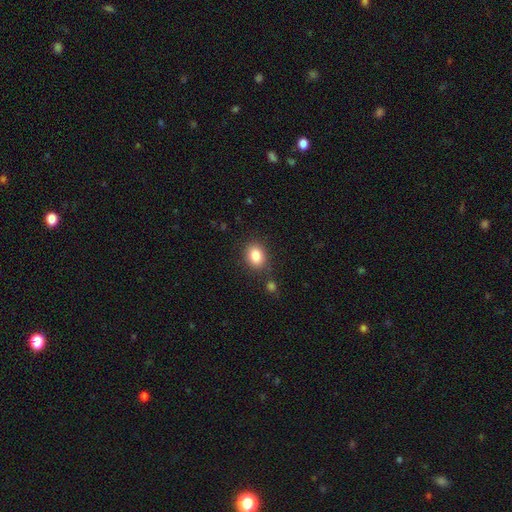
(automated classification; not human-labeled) A smooth galaxy with no disk features (84%) that is in between round and cigar-shaped (58%). Merging: none (81%).